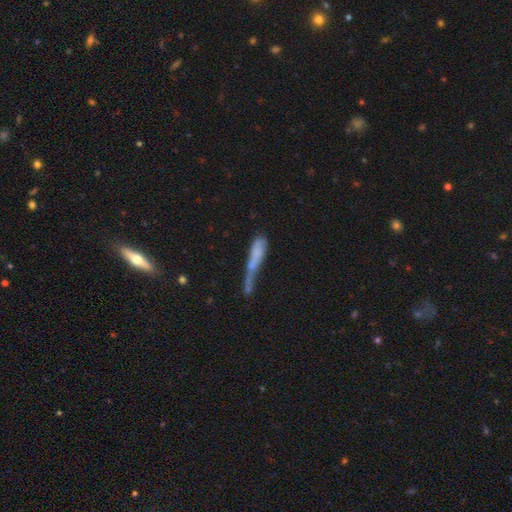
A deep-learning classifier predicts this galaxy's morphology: A smooth galaxy with no disk features (57%) that is cigar-shaped (80%).

Vote fractions:
- Smooth or featured? smooth: 57% / featured or disk: 32% / star or artifact: 11%
- How rounded? cigar-shaped: 80% / in between: 17% / round: 3%
- Merging? major disturbance: 28% / merger: 27% / none: 23% / minor disturbance: 21%